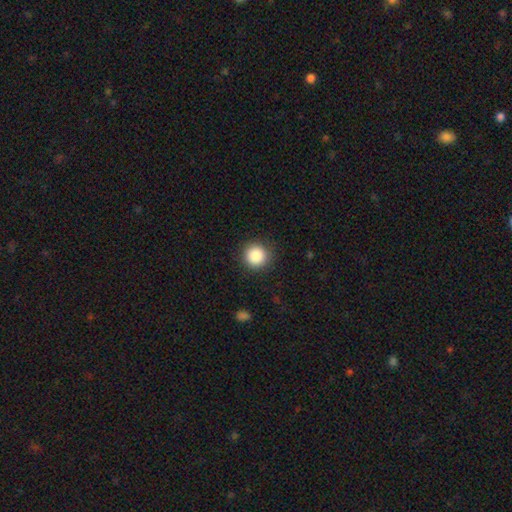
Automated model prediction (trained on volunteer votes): A smooth galaxy with no disk features (88%) that is round (95%). Merging: none (90%).